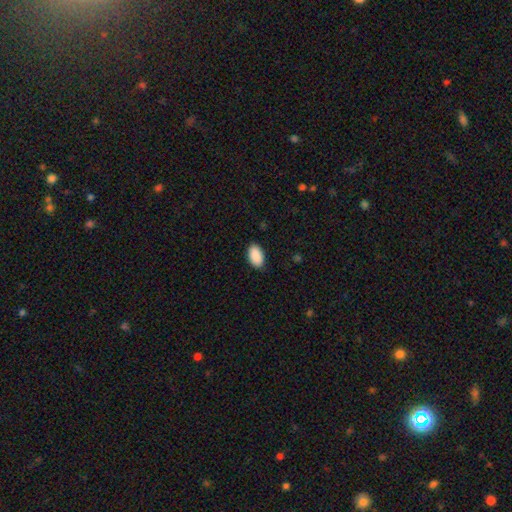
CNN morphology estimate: This appears to be a smooth galaxy with no disk features (91%) that is in between round and cigar-shaped (95%). Merging: none (89%).